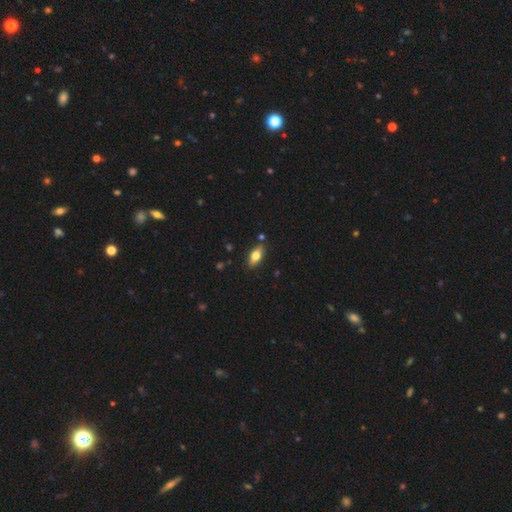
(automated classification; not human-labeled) Smooth or featured: smooth — 75% (featured or disk — 18%)
How rounded: in between — 87% (cigar-shaped — 10%)
Merging: none — 84% (minor disturbance — 11%)